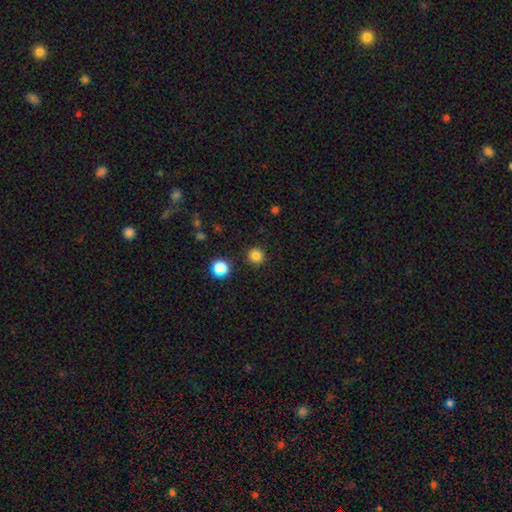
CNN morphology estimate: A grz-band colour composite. It shows a smooth galaxy with no disk features (83%) that is round (95%). Merging: none (91%).